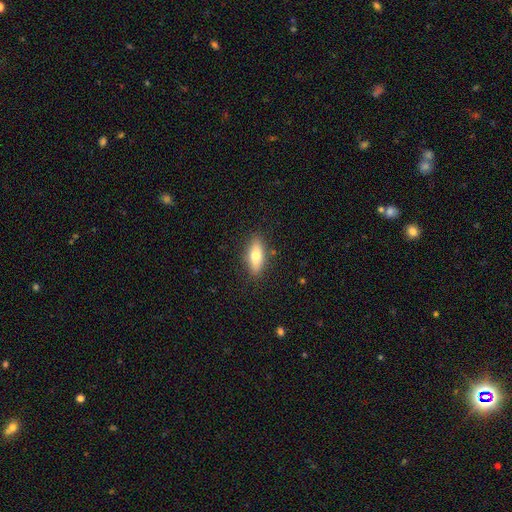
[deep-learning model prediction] smooth_or_featured: smooth (p=0.68) [alt: featured or disk p=0.25]
how_rounded: in between (p=0.68) [alt: cigar-shaped p=0.29]
merging: none (p=0.86) [alt: minor disturbance p=0.10]